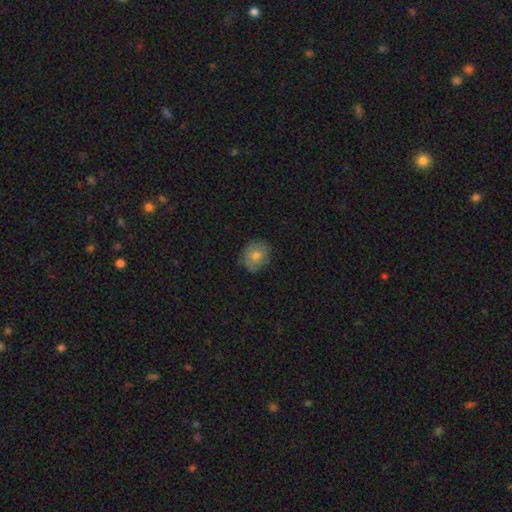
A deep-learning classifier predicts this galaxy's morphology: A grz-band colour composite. It shows a smooth galaxy with no disk features (73%) that is round (66%). Merging: none (78%).